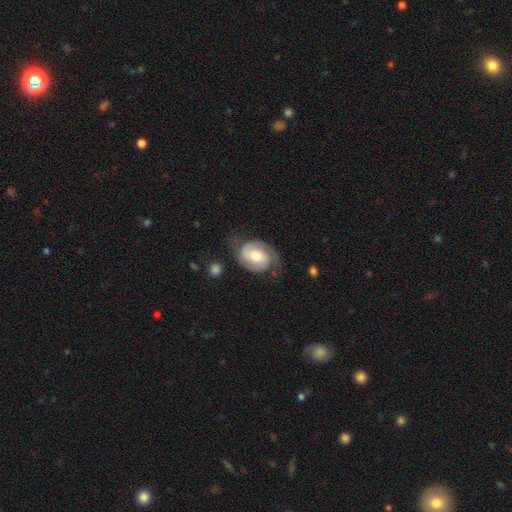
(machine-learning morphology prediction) A featured or disk galaxy (74%) with no bar (52%), 2 (82%) medium (43%) spiral arms (92%) and a moderate central bulge (69%).

Vote fractions:
- Smooth or featured? featured or disk: 74% / smooth: 21% / star or artifact: 5%
- Edge-on disk? no: 97% / yes: 3%
- Bar? no: 52% / weak: 37% / strong: 10%
- Spiral arms? yes: 92% / no: 8%
- Spiral winding? medium: 43% / tight: 39% / loose: 18%
- Spiral arm count? 2: 82% / can't tell: 8% / 1: 6% / 3: 2% / 4: 1% / more than 4: 1%
- Bulge size? moderate: 69% / small: 16% / large: 13% / dominant: 1% / none: 1%
- Merging? none: 61% / minor disturbance: 24% / major disturbance: 13% / merger: 2%